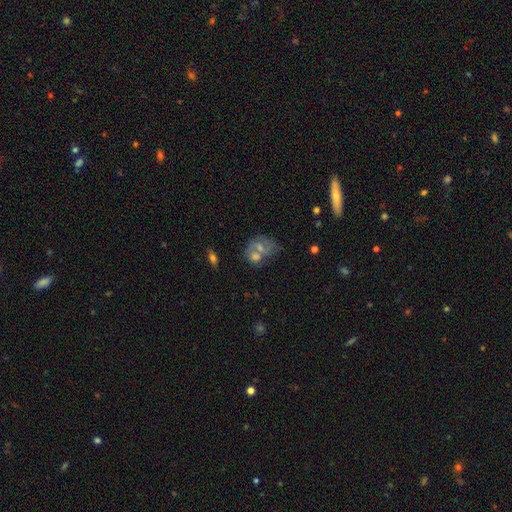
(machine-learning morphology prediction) smooth-or-featured: smooth: 43% | featured or disk: 41% | star or artifact: 16%
  merging: merger: 39% | none: 37% | minor disturbance: 15% | major disturbance: 10%